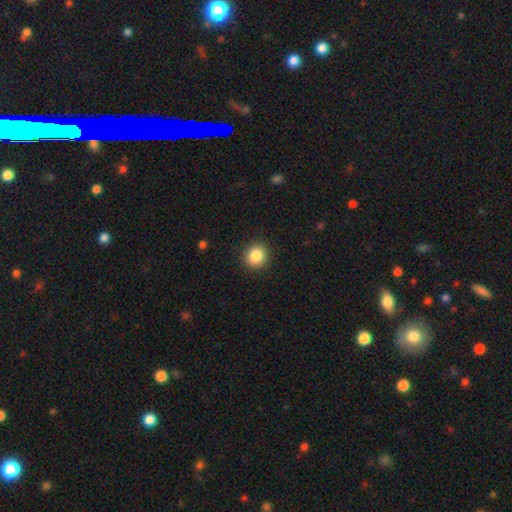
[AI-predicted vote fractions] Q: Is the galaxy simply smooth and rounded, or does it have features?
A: smooth — 86%.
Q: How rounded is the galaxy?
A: round — 84%.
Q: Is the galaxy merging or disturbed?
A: none — 91%.